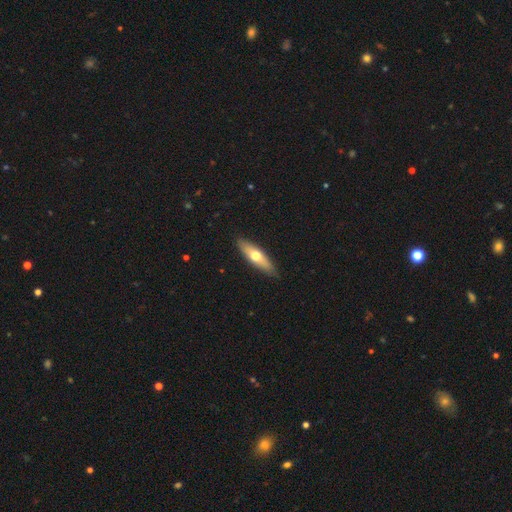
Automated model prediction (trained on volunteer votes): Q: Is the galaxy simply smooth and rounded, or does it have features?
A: smooth — 55%.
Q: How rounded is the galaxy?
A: cigar-shaped — 57%.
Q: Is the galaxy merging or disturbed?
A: none — 87%.